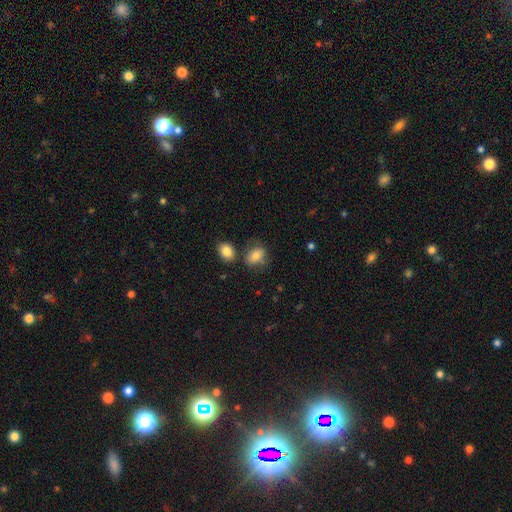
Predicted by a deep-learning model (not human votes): smooth-or-featured: smooth: 77% | featured or disk: 14% | star or artifact: 9%
  how-rounded: in between: 74% | round: 24% | cigar-shaped: 2%
  merging: none: 62% | minor disturbance: 19% | merger: 13% | major disturbance: 6%